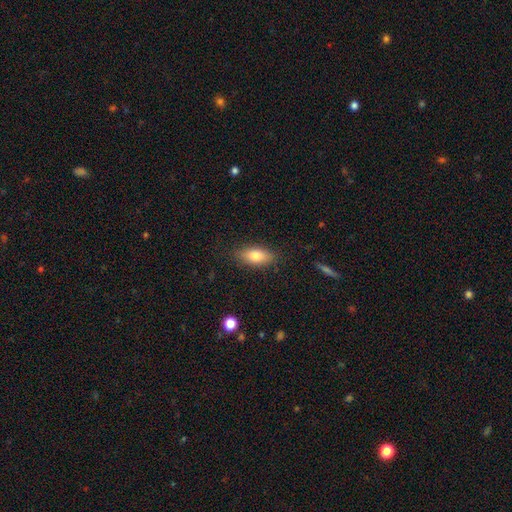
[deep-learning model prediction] The model was most divided on "smooth or featured": smooth: 78%, featured or disk: 15%, star or artifact: 7%. More confident: merging — none (86%); how rounded — in between (83%).